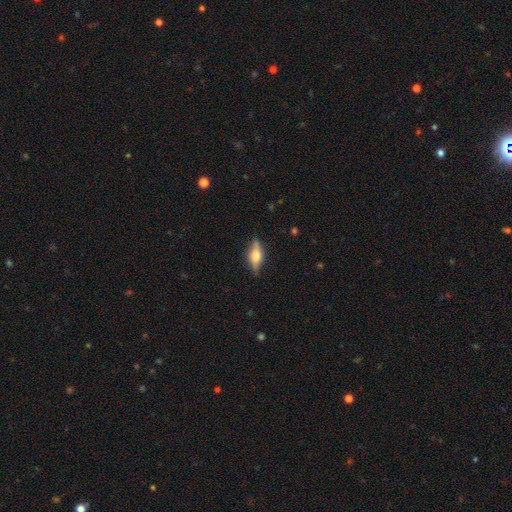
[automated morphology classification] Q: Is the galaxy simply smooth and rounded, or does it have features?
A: featured or disk — 64%.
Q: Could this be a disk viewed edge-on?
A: yes — 93%.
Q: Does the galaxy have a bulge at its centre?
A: rounded — 87%.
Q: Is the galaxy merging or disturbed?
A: none — 82%.